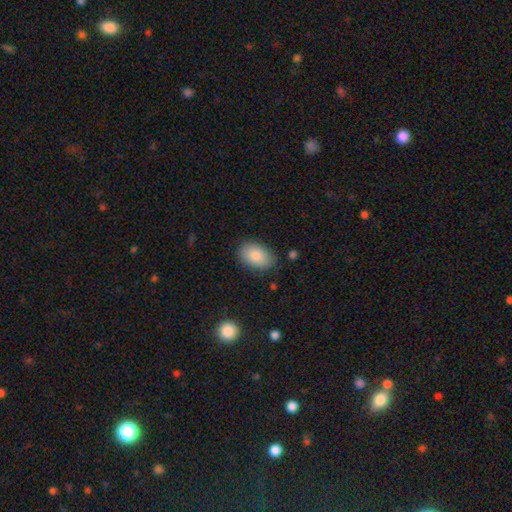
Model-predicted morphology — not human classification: Overall: smooth (86%). How rounded: in between (90%). Merging: none (82%).